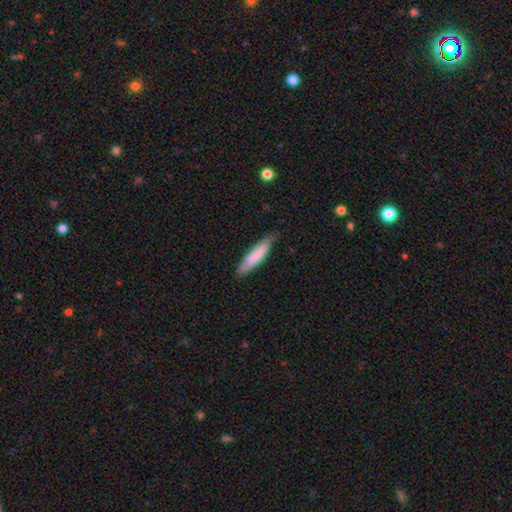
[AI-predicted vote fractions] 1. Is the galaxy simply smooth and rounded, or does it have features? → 78% smooth, 16% featured or disk, 5% star or artifact.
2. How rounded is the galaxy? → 79% cigar-shaped, 20% in between, 1% round.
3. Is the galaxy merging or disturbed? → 79% none, 17% minor disturbance, 3% major disturbance, 1% merger.